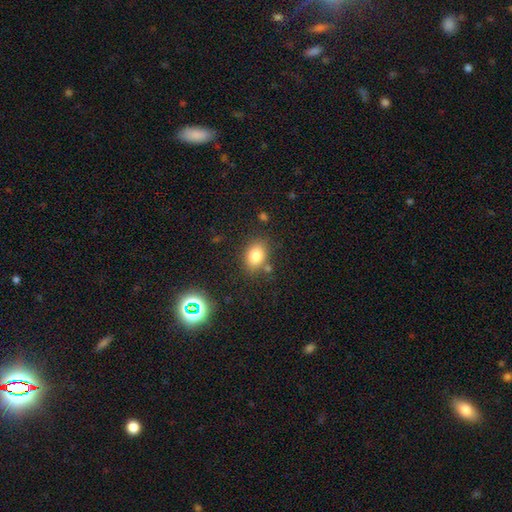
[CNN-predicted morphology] Overall: smooth (80%). How rounded: in between (65%; round 33%). Merging: none (76%).